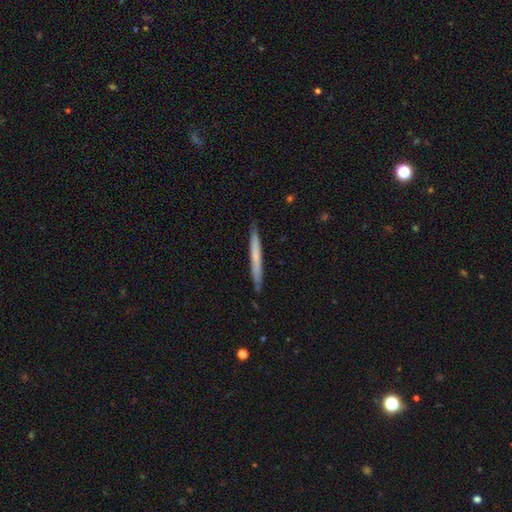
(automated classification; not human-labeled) Smooth or featured: smooth — 59% (featured or disk — 36%)
How rounded: cigar-shaped — 97% (in between — 2%)
Merging: none — 90% (minor disturbance — 8%)